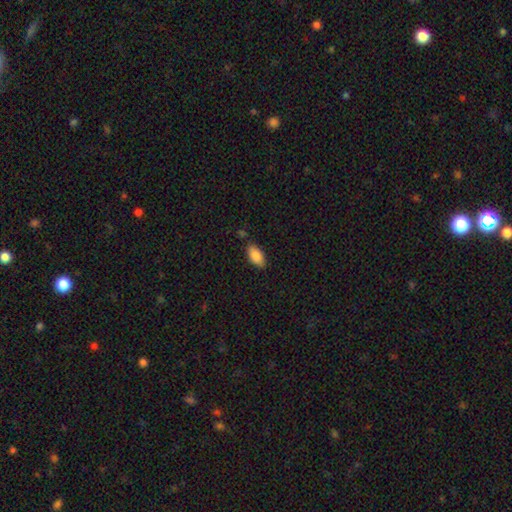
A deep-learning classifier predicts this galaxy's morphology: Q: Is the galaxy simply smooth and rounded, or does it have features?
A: smooth — 86%.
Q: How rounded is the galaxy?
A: in between — 92%.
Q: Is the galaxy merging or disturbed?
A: none — 81%.